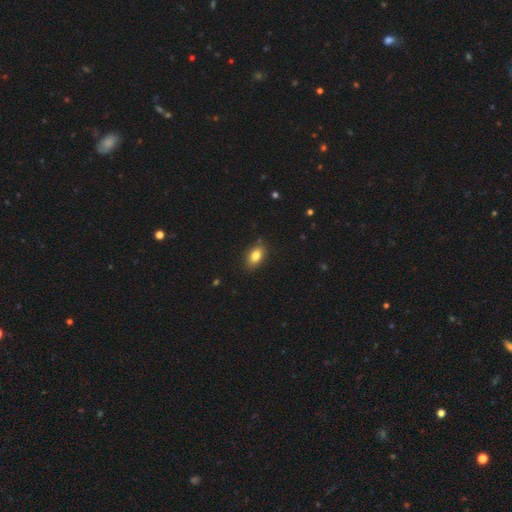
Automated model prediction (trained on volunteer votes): Morphology: type=smooth (84%); roundness=in between (86%); merging=none (85%).